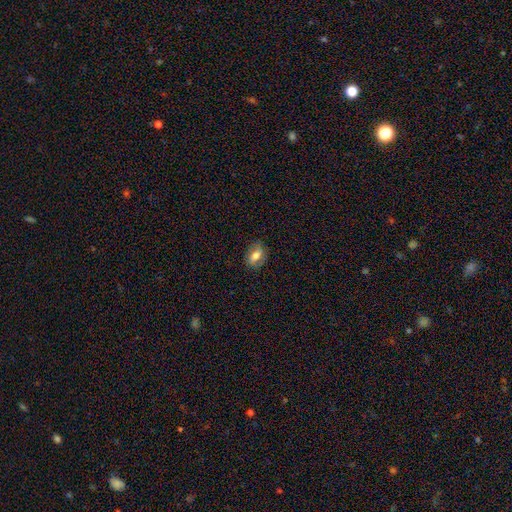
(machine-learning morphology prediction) Smooth or featured? smooth (61%)
How rounded? in between (78%)
Merging? none (79%)